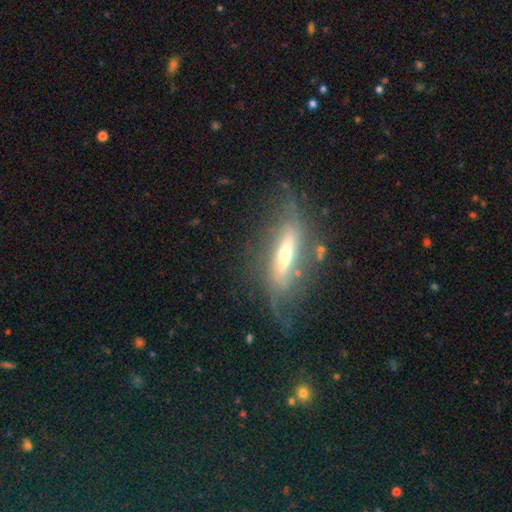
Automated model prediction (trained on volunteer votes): The model was most divided on "edge-on disk": yes: 61%, no: 39%. More confident: merging — none (65%); smooth or featured — featured or disk (63%).